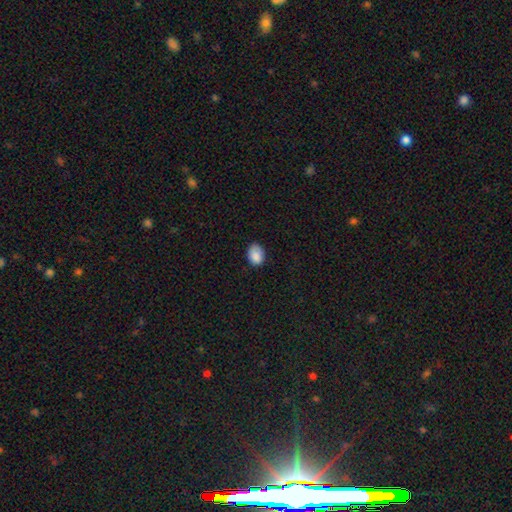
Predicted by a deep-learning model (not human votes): The model was most divided on "how rounded": in between: 72%, round: 27%, cigar-shaped: 1%. More confident: smooth or featured — smooth (87%); merging — none (71%).